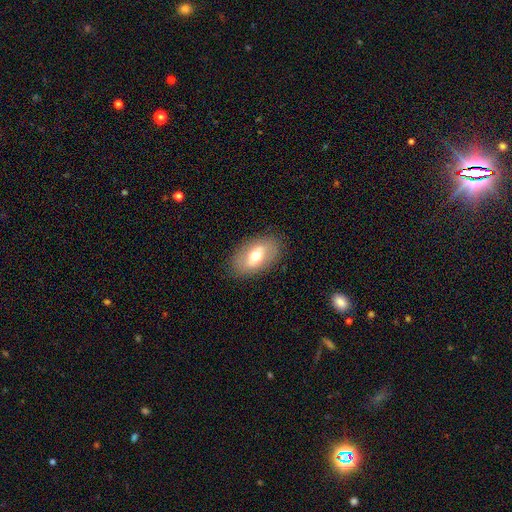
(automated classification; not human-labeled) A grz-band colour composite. It shows a smooth galaxy with no disk features (53%) that is in between round and cigar-shaped (89%). Merging: none (85%).